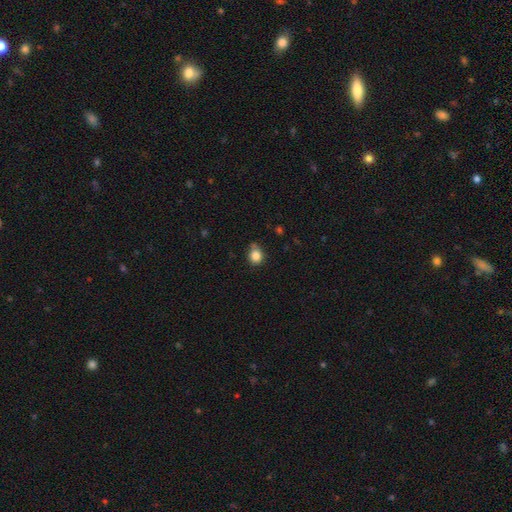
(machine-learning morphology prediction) A smooth galaxy with no disk features (84%) that is round (74%).

Vote fractions:
- Smooth or featured? smooth: 84% / star or artifact: 11% / featured or disk: 6%
- How rounded? round: 74% / in between: 25% / cigar-shaped: 1%
- Merging? none: 63% / minor disturbance: 27% / major disturbance: 5% / merger: 5%